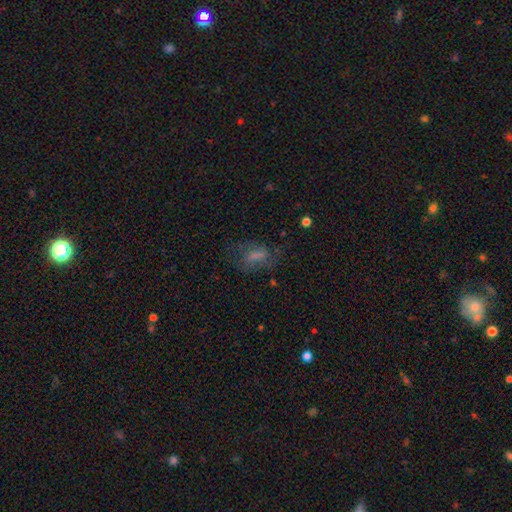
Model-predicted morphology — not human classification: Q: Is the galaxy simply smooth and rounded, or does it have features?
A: smooth — 50%.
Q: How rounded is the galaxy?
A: in between — 78%.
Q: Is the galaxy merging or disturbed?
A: none — 53%.